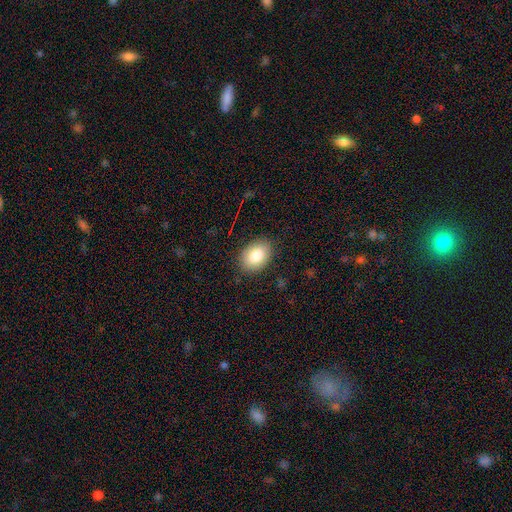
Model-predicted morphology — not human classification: Overall: smooth (83%). How rounded: in between (83%). Merging: none (86%).